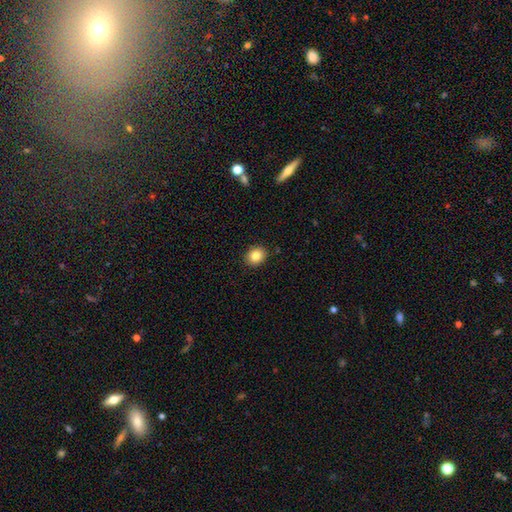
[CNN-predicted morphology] smooth-or-featured: smooth: 85% | star or artifact: 9% | featured or disk: 6%
  how-rounded: round: 66% | in between: 33% | cigar-shaped: 1%
  merging: none: 89% | minor disturbance: 8% | major disturbance: 2% | merger: 1%